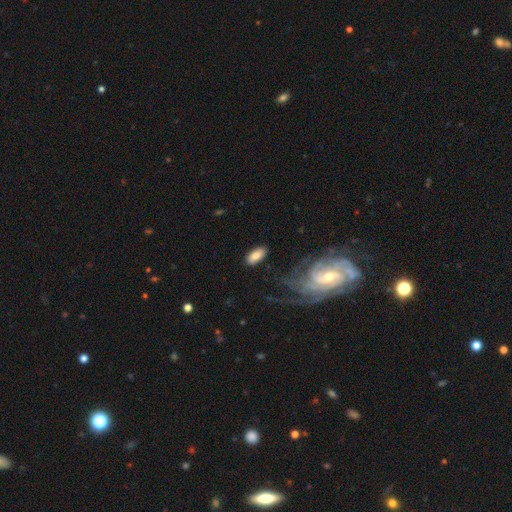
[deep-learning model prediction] smooth 76%, featured or disk 17%, star or artifact 7%. Down the decision tree: how rounded — in between (90%); merging — none (81%).